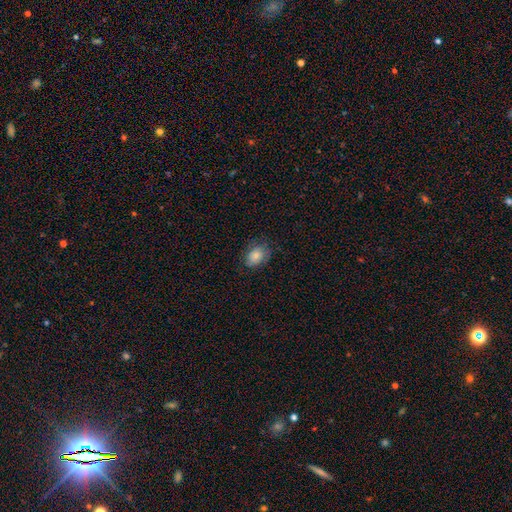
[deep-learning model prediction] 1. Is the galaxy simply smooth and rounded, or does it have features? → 82% smooth, 9% featured or disk, 8% star or artifact.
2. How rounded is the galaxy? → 76% in between, 23% round, 1% cigar-shaped.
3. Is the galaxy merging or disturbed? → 74% none, 20% minor disturbance, 5% major disturbance, 1% merger.